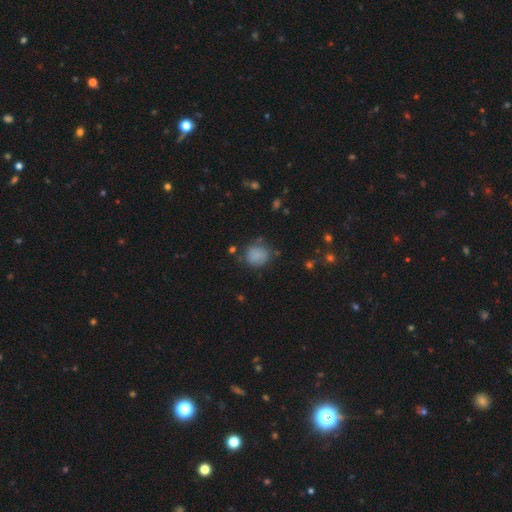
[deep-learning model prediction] smooth-or-featured: smooth: 80% | star or artifact: 10% | featured or disk: 10%
  how-rounded: round: 76% | in between: 23% | cigar-shaped: 1%
  merging: none: 66% | minor disturbance: 22% | major disturbance: 8% | merger: 4%